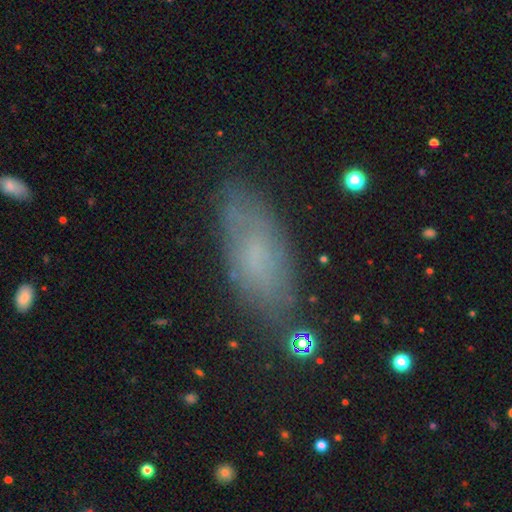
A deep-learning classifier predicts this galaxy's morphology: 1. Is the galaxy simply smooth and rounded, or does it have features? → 63% smooth, 27% featured or disk, 10% star or artifact.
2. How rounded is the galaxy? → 80% in between, 17% cigar-shaped, 3% round.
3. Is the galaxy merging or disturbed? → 75% none, 18% minor disturbance, 5% major disturbance, 2% merger.